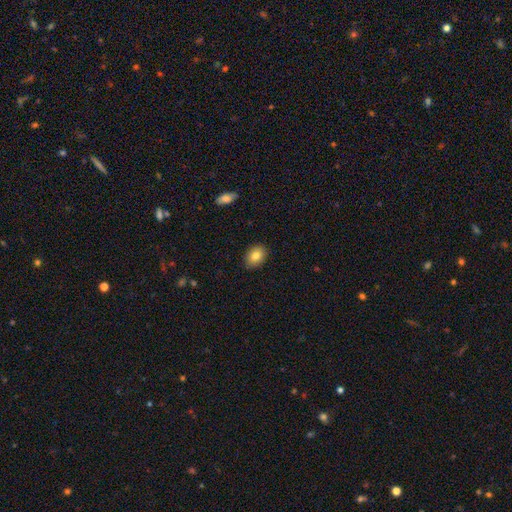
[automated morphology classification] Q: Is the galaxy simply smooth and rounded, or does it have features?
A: smooth — 81%.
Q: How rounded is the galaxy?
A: in between — 65%.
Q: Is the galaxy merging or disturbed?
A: none — 88%.